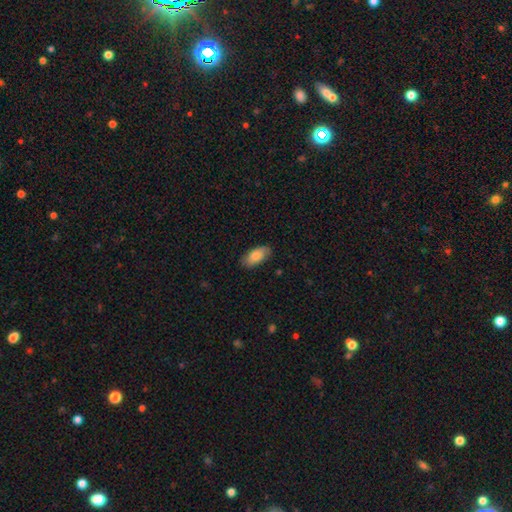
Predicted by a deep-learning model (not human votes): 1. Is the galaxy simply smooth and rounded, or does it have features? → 79% smooth, 15% featured or disk, 6% star or artifact.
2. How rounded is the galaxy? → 92% in between, 5% cigar-shaped, 2% round.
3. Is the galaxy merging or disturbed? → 84% none, 12% minor disturbance, 2% major disturbance, 1% merger.